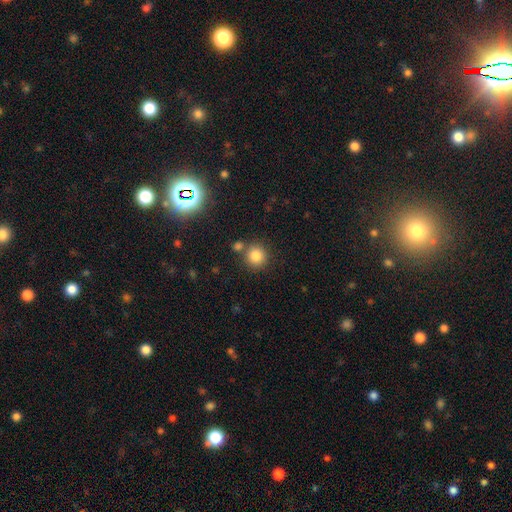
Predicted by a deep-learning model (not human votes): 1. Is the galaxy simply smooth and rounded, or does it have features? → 82% smooth, 12% star or artifact, 6% featured or disk.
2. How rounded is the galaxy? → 92% round, 7% in between, 1% cigar-shaped.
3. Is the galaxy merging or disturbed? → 73% none, 15% merger, 9% minor disturbance, 3% major disturbance.